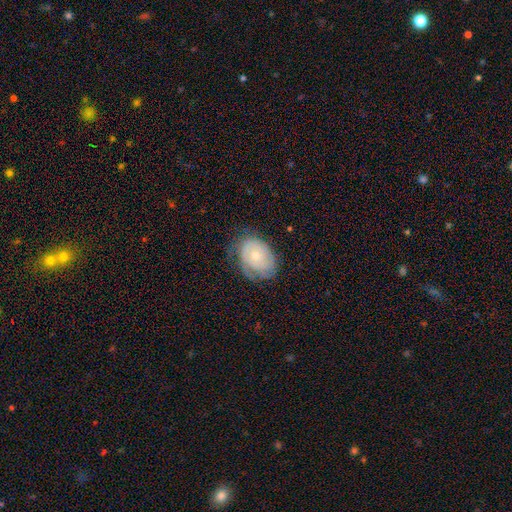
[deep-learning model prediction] featured or disk 50%, smooth 43%, star or artifact 7%. Down the decision tree: merging — none (57%).